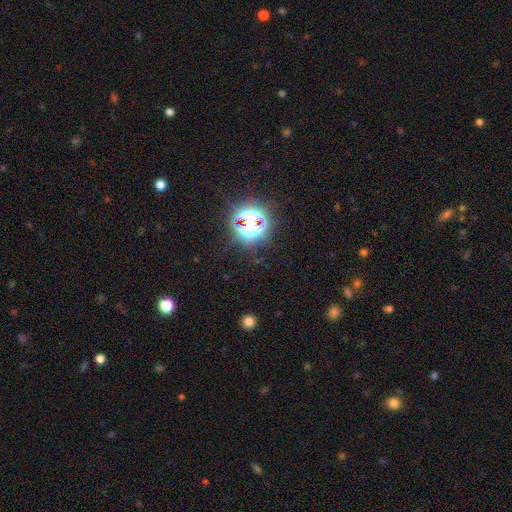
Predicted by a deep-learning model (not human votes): Morphology: type=star or artifact (79%).